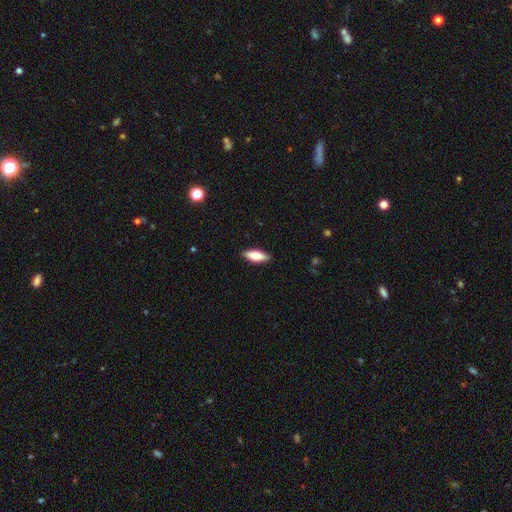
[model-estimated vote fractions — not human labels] Smooth or featured? Predicted: smooth (p=0.69). How rounded? Predicted: in between (p=0.66). Merging? Predicted: none (p=0.89).